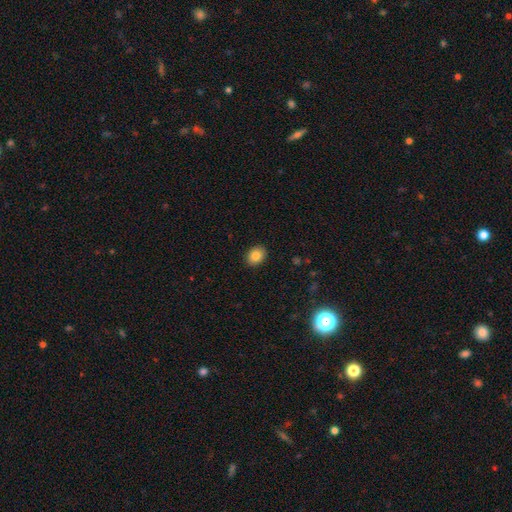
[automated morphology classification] Smooth or featured: smooth — 85% (star or artifact — 9%)
How rounded: in between — 58% (round — 41%)
Merging: none — 90% (minor disturbance — 7%)